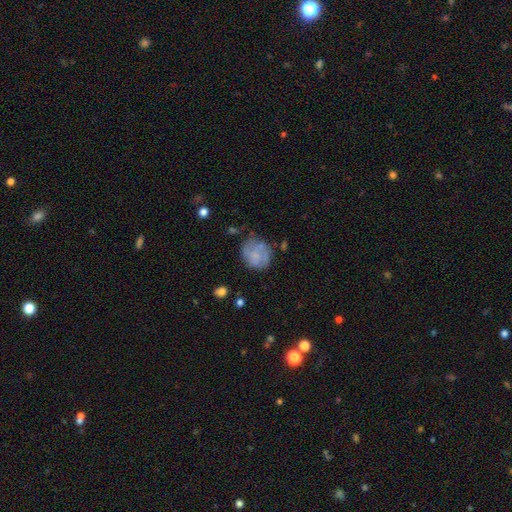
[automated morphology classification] A smooth galaxy with no disk features (56%) that is round (77%).

Vote fractions:
- Smooth or featured? smooth: 56% / featured or disk: 35% / star or artifact: 9%
- How rounded? round: 77% / in between: 22% / cigar-shaped: 1%
- Merging? none: 55% / minor disturbance: 26% / major disturbance: 14% / merger: 5%